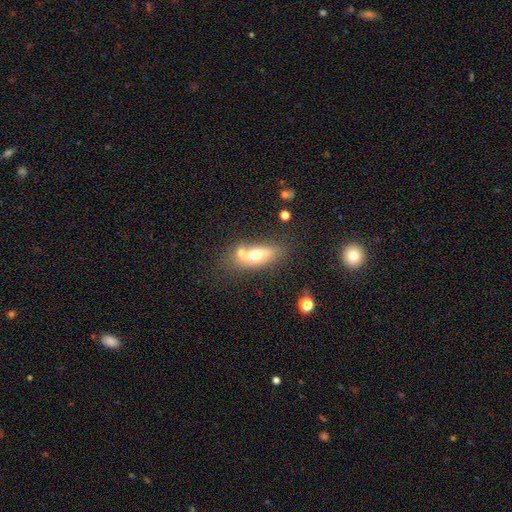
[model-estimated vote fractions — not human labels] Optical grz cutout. It shows a smooth galaxy with no disk features (59%) that is in between round and cigar-shaped (74%). Merging: none (43%).